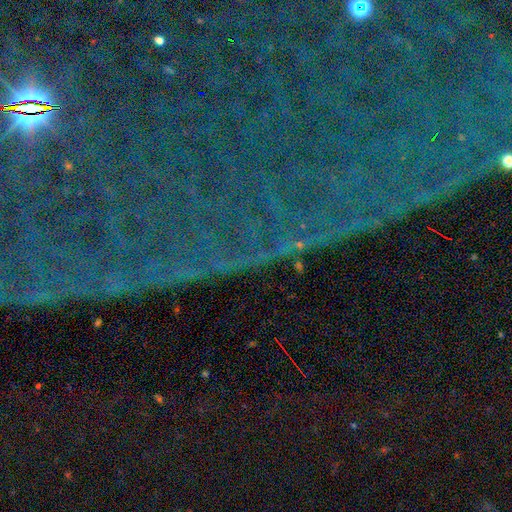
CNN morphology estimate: The model was most divided on "smooth or featured": star or artifact: 86%, featured or disk: 8%, smooth: 6%.